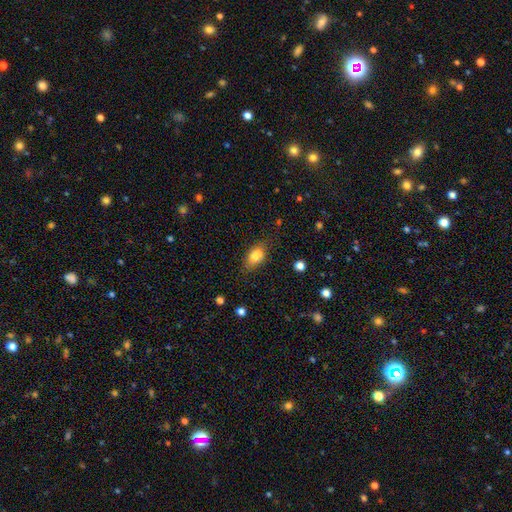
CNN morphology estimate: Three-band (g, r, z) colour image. It shows a smooth galaxy with no disk features (75%) that is in between round and cigar-shaped (82%). Merging: none (56%).